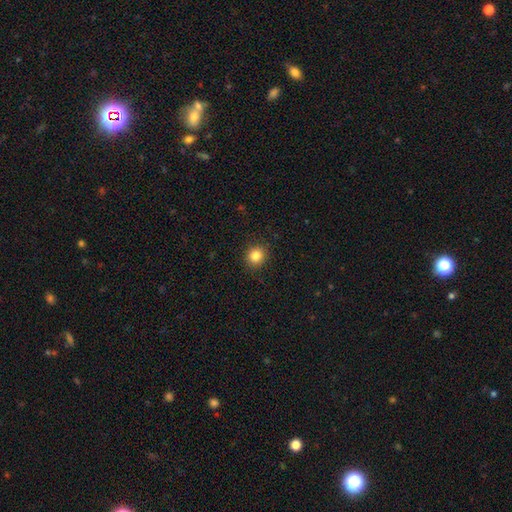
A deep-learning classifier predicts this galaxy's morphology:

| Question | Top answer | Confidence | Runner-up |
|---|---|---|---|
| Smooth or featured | smooth | 84% | star or artifact (11%) |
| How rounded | round | 84% | in between (15%) |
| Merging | none | 91% | minor disturbance (6%) |